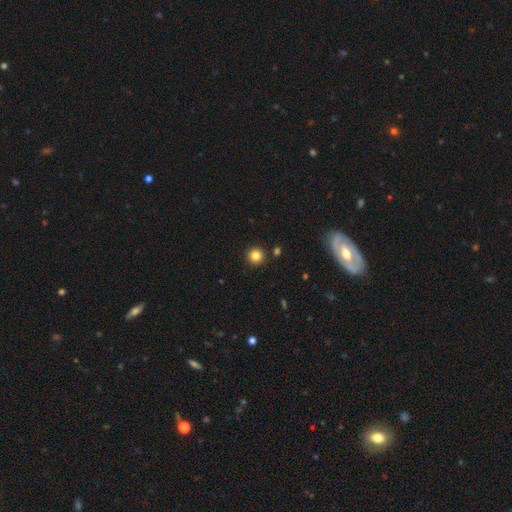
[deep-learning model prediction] This is clearly a smooth galaxy (83%). How rounded: clearly round (96%). Merging: clearly none (91%).